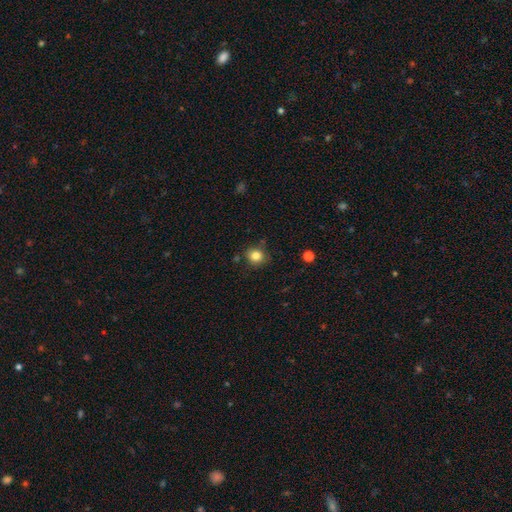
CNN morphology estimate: Overall: smooth (83%). How rounded: round (81%). Merging: none (81%).